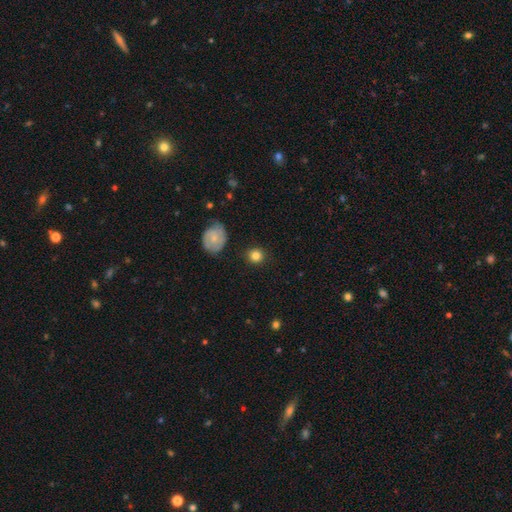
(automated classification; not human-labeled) This appears to be a smooth galaxy with no disk features (83%) that is round (90%). Merging: none (87%).